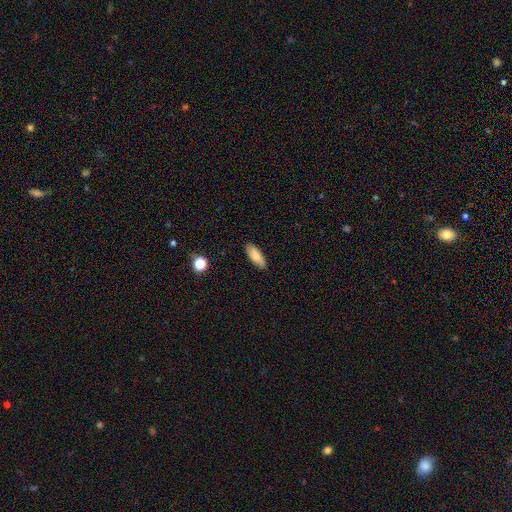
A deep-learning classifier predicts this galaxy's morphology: type=smooth (82%); roundness=in between (74%); merging=none (86%).